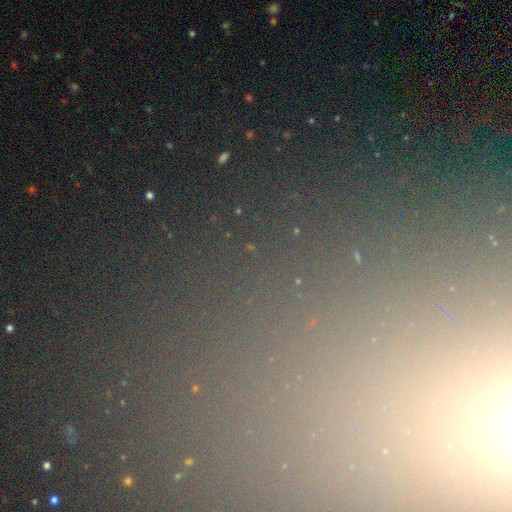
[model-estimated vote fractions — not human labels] Smooth or featured? star or artifact (74%)